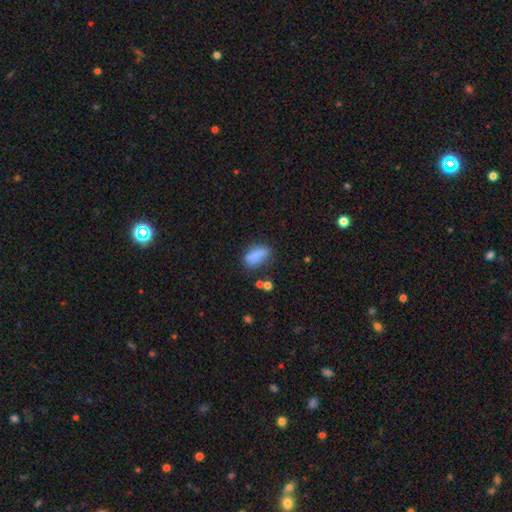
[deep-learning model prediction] Overall: smooth (77%). How rounded: in between (82%). Merging: none (51%; minor disturbance 26%).